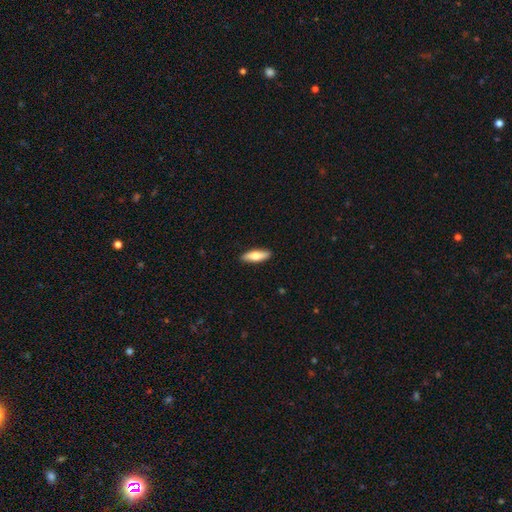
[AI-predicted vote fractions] A smooth galaxy with no disk features (67%) that is in between round and cigar-shaped (50%).

Vote fractions:
- Smooth or featured? smooth: 67% / featured or disk: 27% / star or artifact: 5%
- How rounded? in between: 50% / cigar-shaped: 47% / round: 2%
- Merging? none: 90% / minor disturbance: 8% / major disturbance: 1% / merger: 1%